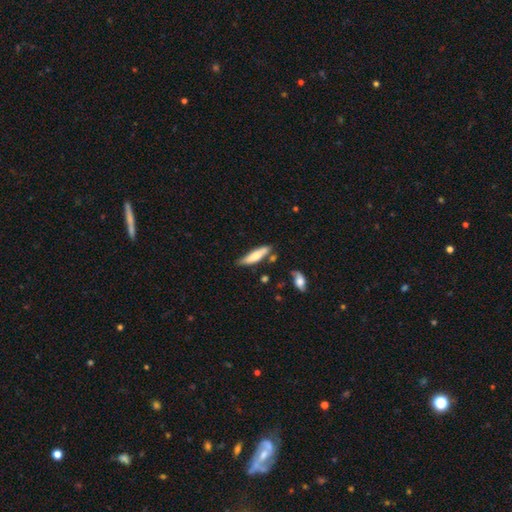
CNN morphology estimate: This is likely a smooth galaxy (68%). How rounded: likely cigar-shaped (70%). Merging: likely none (62%).